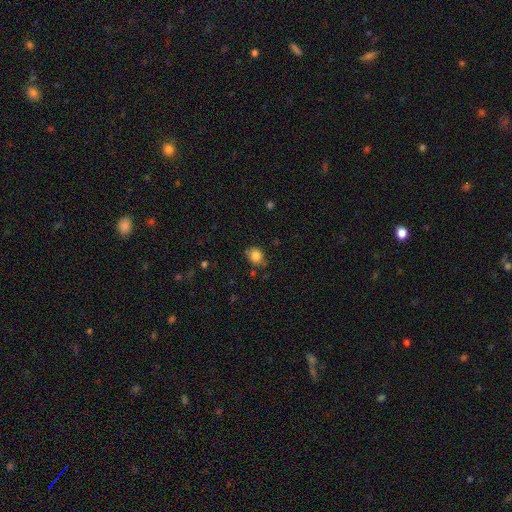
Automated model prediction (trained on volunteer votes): Overall: smooth (83%). How rounded: round (73%). Merging: none (71%).